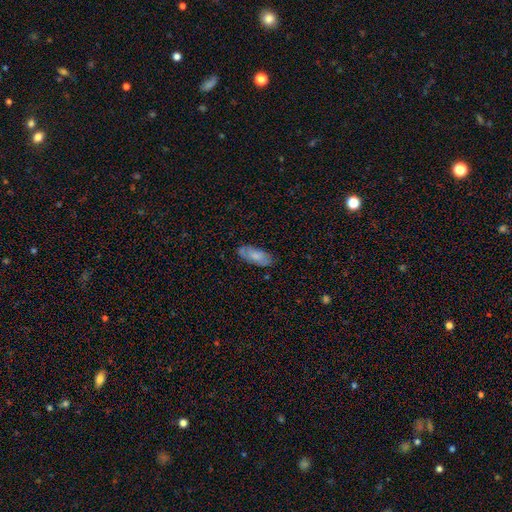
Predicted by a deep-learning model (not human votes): Smooth or featured? Predicted: smooth (p=0.73). How rounded? Predicted: in between (p=0.85). Merging? Predicted: none (p=0.76).